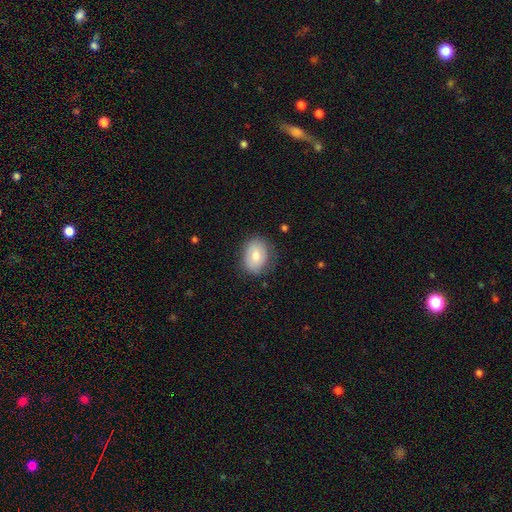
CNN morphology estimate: Q: Smooth or featured?
A: smooth (76%); runner-up: featured or disk (17%)
Q: How rounded?
A: in between (69%); runner-up: round (30%)
Q: Merging?
A: none (78%); runner-up: minor disturbance (17%)